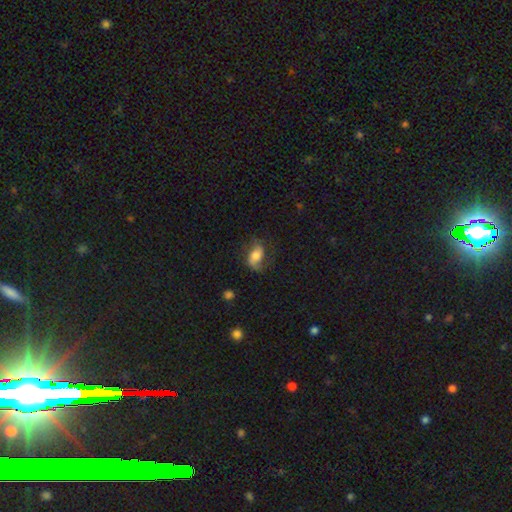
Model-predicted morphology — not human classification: The model was most divided on "smooth or featured": smooth: 50%, featured or disk: 42%, star or artifact: 8%. More confident: how rounded — in between (83%); merging — none (55%).